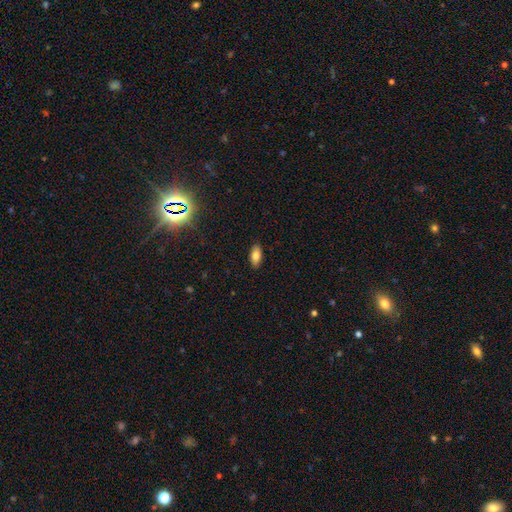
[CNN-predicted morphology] Q: Smooth or featured?
A: smooth (81%); runner-up: featured or disk (10%)
Q: How rounded?
A: in between (90%); runner-up: cigar-shaped (7%)
Q: Merging?
A: none (89%); runner-up: minor disturbance (8%)